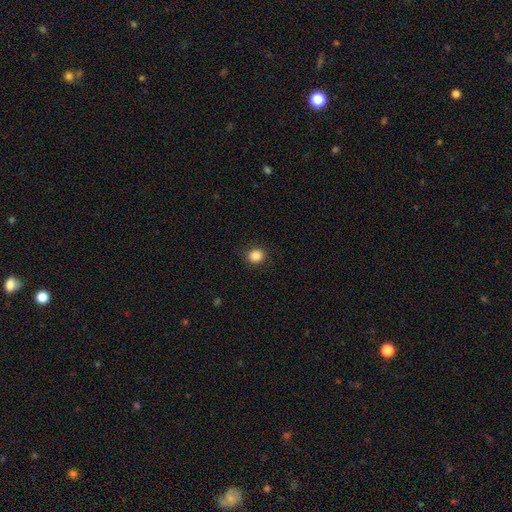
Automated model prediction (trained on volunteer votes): Smooth or featured? smooth (86%)
How rounded? round (82%)
Merging? none (87%)